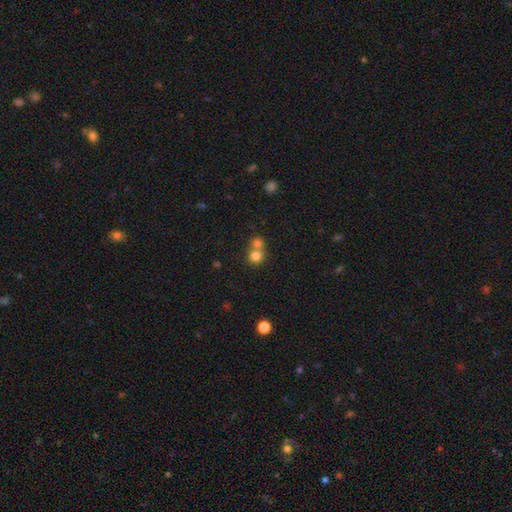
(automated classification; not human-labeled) This is likely a smooth galaxy (78%). How rounded: clearly round (84%). Merging: possibly merger (54%).